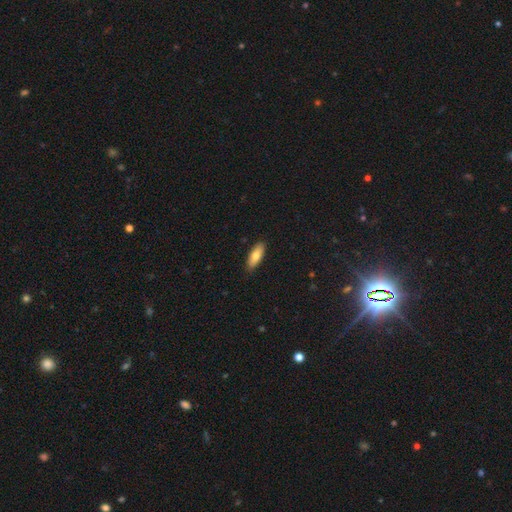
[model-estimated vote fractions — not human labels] Smooth or featured: smooth — 76% (featured or disk — 18%)
How rounded: in between — 71% (cigar-shaped — 27%)
Merging: none — 88% (minor disturbance — 10%)